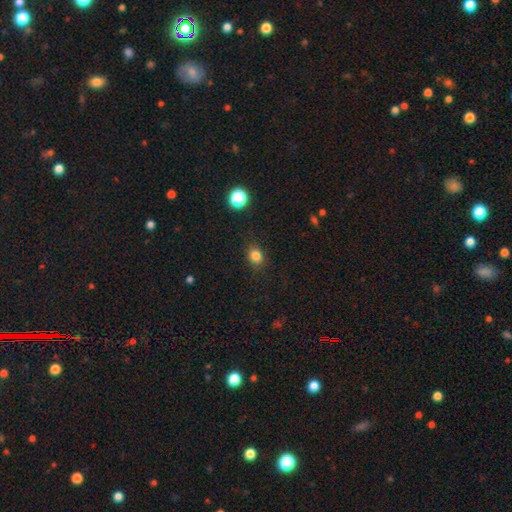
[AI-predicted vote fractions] Smooth or featured: smooth — 82% (star or artifact — 13%)
How rounded: round — 56% (in between — 43%)
Merging: none — 84% (minor disturbance — 12%)